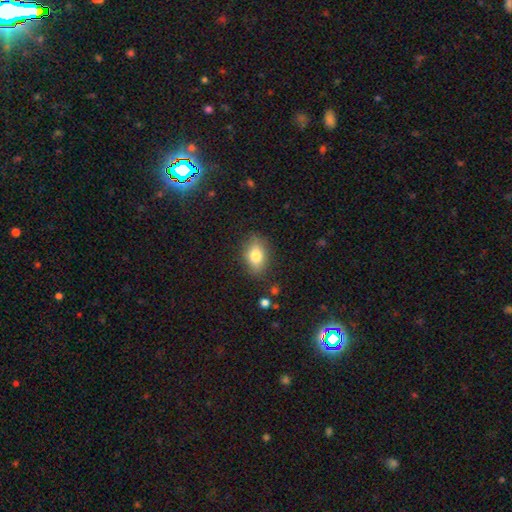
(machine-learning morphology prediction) smooth 75%, featured or disk 16%, star or artifact 9%. Down the decision tree: how rounded — in between (80%); merging — none (82%).